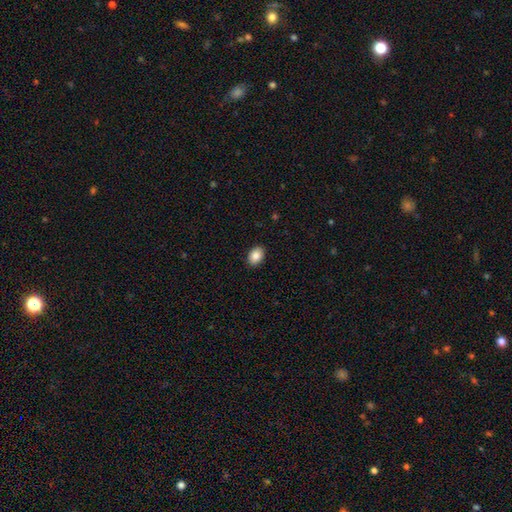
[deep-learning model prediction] This appears to be a smooth galaxy with no disk features (87%) that is in between round and cigar-shaped (78%). Merging: none (90%).